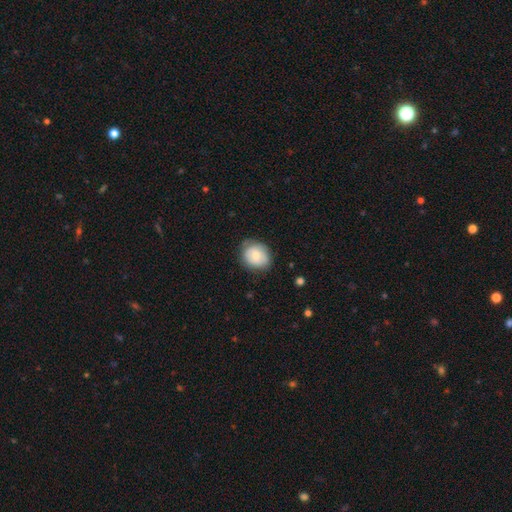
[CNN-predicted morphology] This appears to be a smooth galaxy with no disk features (64%) that is round (65%). Merging: none (71%).